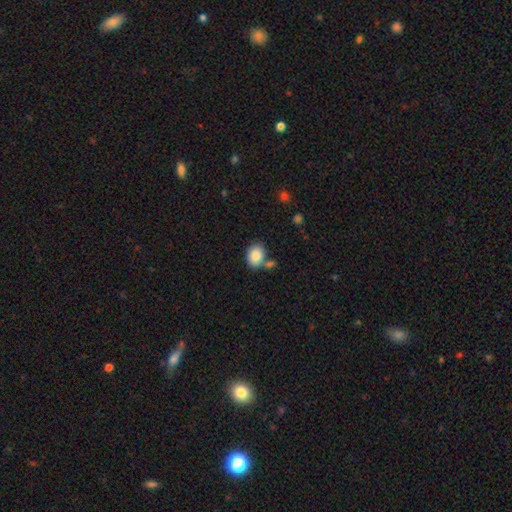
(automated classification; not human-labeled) Smooth or featured? smooth (87%)
How rounded? in between (66%)
Merging? none (67%)